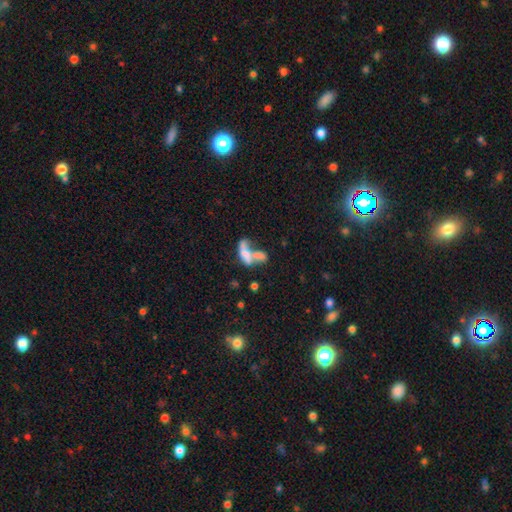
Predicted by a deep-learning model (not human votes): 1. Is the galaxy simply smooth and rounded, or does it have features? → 53% smooth, 34% featured or disk, 12% star or artifact.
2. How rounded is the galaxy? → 69% in between, 24% cigar-shaped, 7% round.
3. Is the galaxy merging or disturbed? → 63% merger, 16% none, 13% major disturbance, 8% minor disturbance.